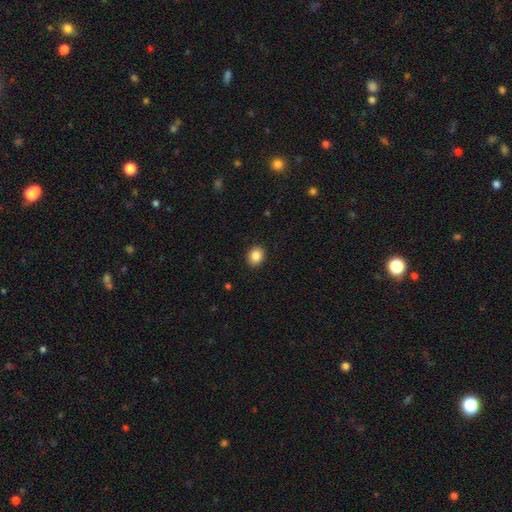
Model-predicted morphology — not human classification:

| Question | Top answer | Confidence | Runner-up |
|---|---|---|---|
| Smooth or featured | smooth | 87% | star or artifact (9%) |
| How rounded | round | 60% | in between (39%) |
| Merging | none | 91% | minor disturbance (6%) |